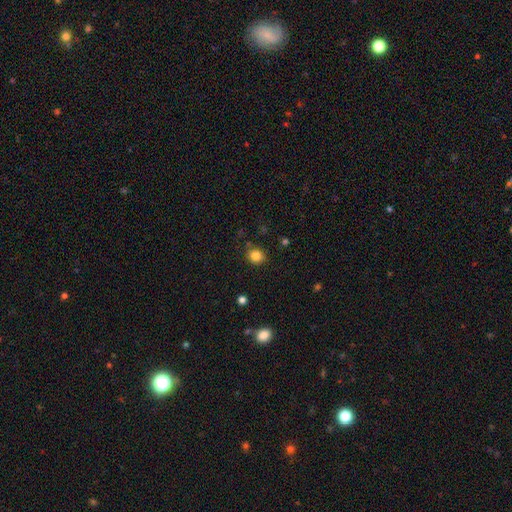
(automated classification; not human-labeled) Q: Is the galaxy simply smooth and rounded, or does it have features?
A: smooth — 83%.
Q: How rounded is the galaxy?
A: round — 83%.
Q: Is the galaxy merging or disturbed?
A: none — 84%.